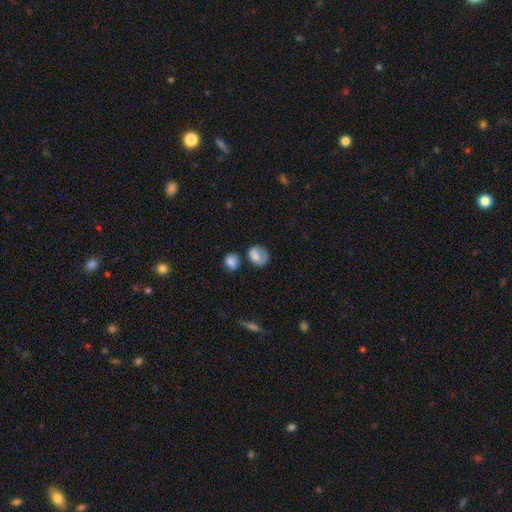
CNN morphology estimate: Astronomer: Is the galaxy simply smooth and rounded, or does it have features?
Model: smooth — 79%.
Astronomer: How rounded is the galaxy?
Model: in between — 50% (runner-up: round, 49%).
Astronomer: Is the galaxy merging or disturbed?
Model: none — 50% (runner-up: minor disturbance, 27%).